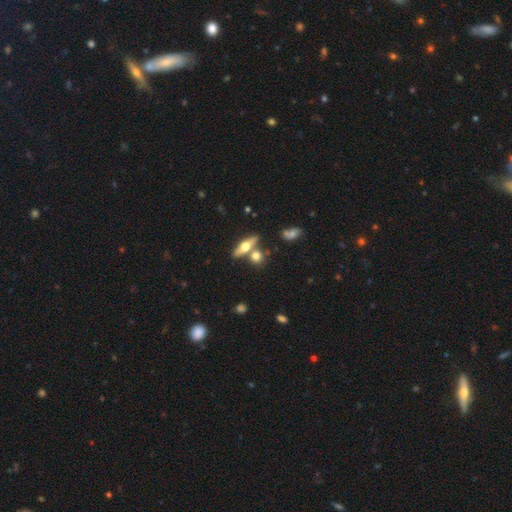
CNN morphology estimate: This is possibly a smooth galaxy (52%). How rounded: marginally in between (38%). Merging: likely none (63%).